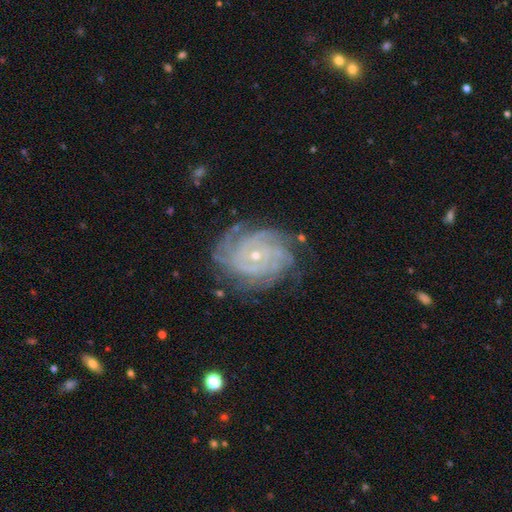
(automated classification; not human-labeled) Smooth or featured? featured or disk (88%)
Edge-on disk? no (97%)
Bar? no (72%)
Spiral arms? yes (97%)
Spiral winding? tight (78%)
Spiral arm count? 4 (26%)
Bulge size? small (73%)
Merging? none (75%)